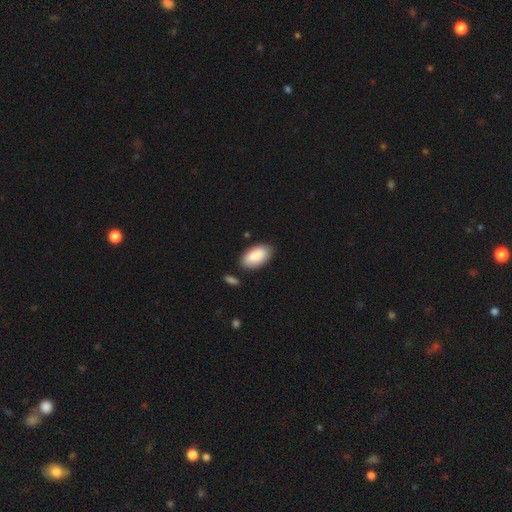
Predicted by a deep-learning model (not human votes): Smooth or featured?
  - smooth: 88% *
  - featured or disk: 6%
  - star or artifact: 6%
How rounded?
  - in between: 96% *
  - round: 2%
  - cigar-shaped: 2%
Merging?
  - none: 83% *
  - minor disturbance: 11%
  - merger: 4%
  - major disturbance: 2%